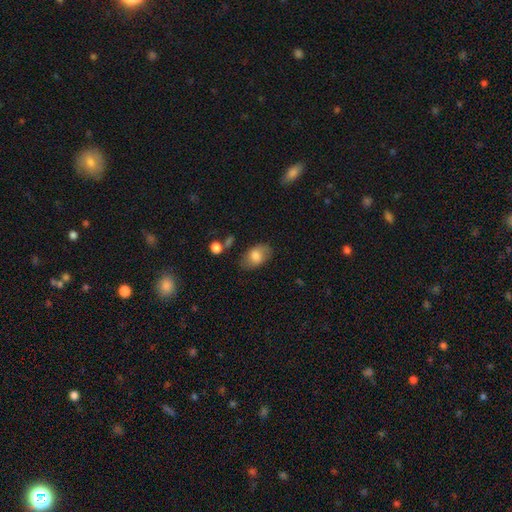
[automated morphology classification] A smooth galaxy with no disk features (76%) that is in between round and cigar-shaped (90%).

Vote fractions:
- Smooth or featured? smooth: 76% / featured or disk: 17% / star or artifact: 7%
- How rounded? in between: 90% / round: 9% / cigar-shaped: 2%
- Merging? none: 74% / minor disturbance: 17% / major disturbance: 5% / merger: 4%